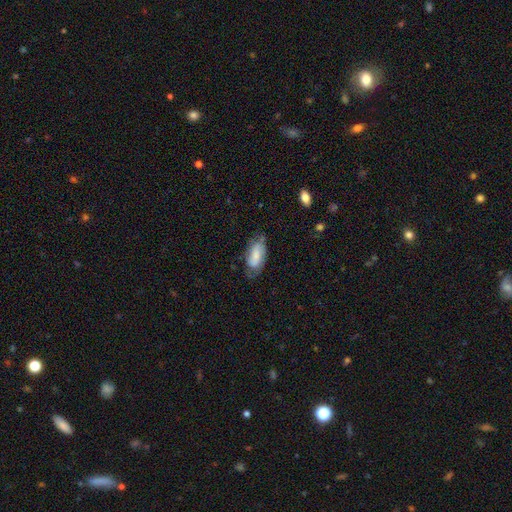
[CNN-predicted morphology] Q: Smooth or featured?
A: smooth (61%); runner-up: featured or disk (32%)
Q: How rounded?
A: in between (88%); runner-up: cigar-shaped (10%)
Q: Merging?
A: none (57%); runner-up: minor disturbance (30%)